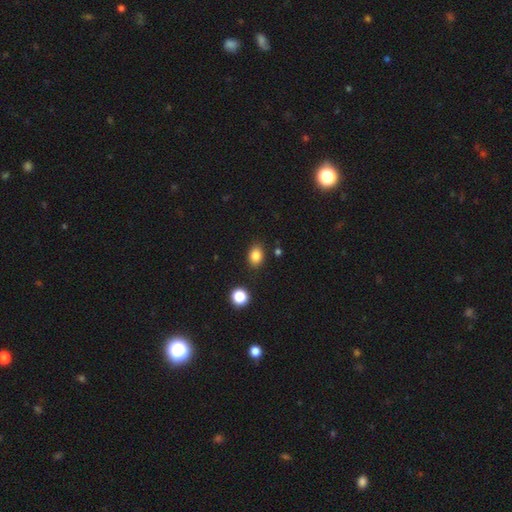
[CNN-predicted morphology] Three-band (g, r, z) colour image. It shows a smooth galaxy with no disk features (84%) that is in between round and cigar-shaped (64%). Merging: none (84%).